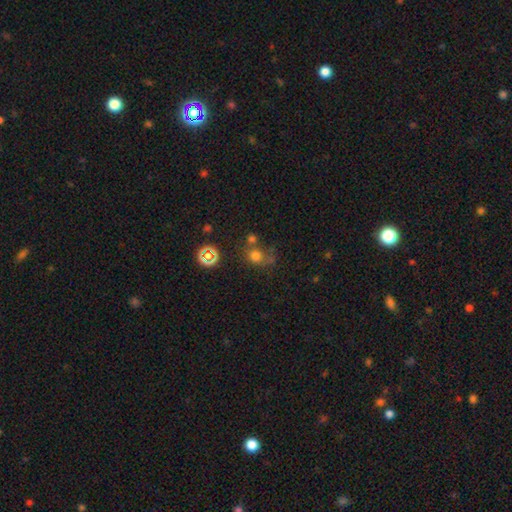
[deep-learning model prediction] Smooth or featured? smooth (66%)
How rounded? round (78%)
Merging? none (52%)